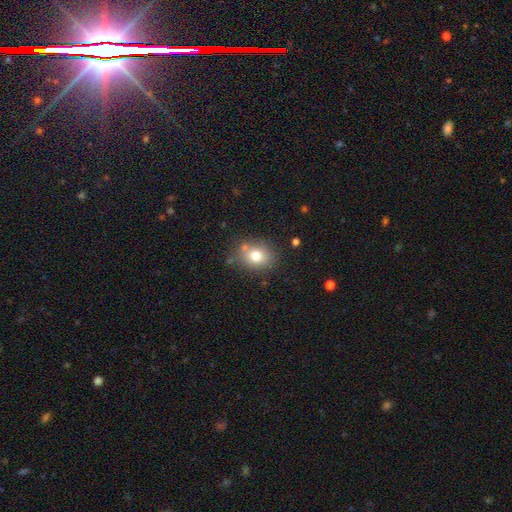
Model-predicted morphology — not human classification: smooth_or_featured: smooth (p=0.75) [alt: featured or disk p=0.13]
how_rounded: round (p=0.59) [alt: in between p=0.40]
merging: none (p=0.75) [alt: minor disturbance p=0.14]